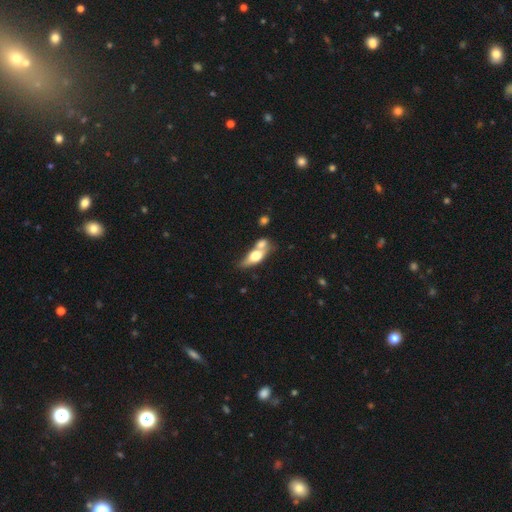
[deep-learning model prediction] Morphology: type=smooth (52%); roundness=in between (61%); merging=merger (46%).